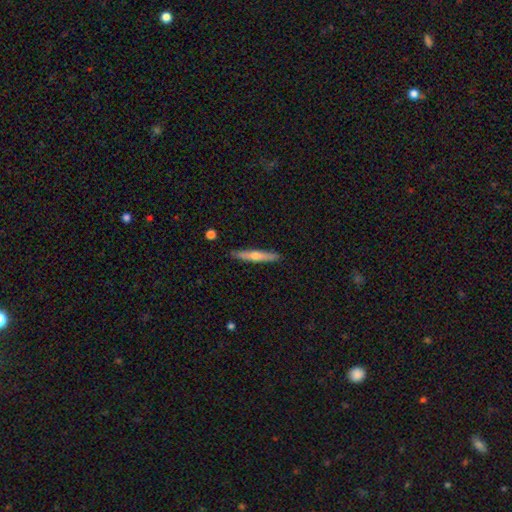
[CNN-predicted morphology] Smooth or featured: featured or disk — 55% (smooth — 40%)
Edge-on disk: yes — 95% (no — 5%)
Edge-on bulge: rounded — 86% (none — 11%)
Merging: none — 91% (minor disturbance — 7%)